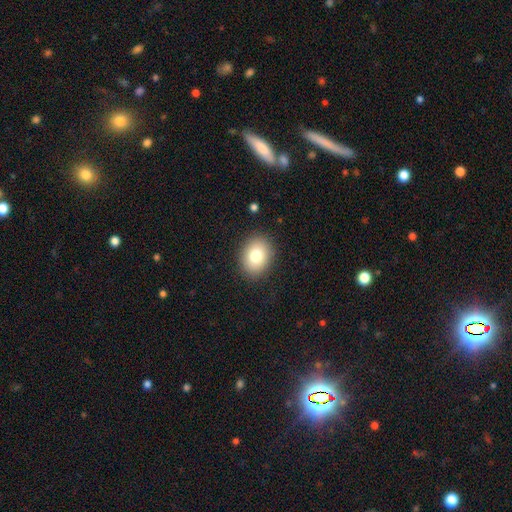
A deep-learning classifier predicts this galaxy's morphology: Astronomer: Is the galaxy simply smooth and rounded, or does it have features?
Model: smooth — 78%.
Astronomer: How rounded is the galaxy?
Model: in between — 54% (runner-up: round, 45%).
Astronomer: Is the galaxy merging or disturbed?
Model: none — 88%.